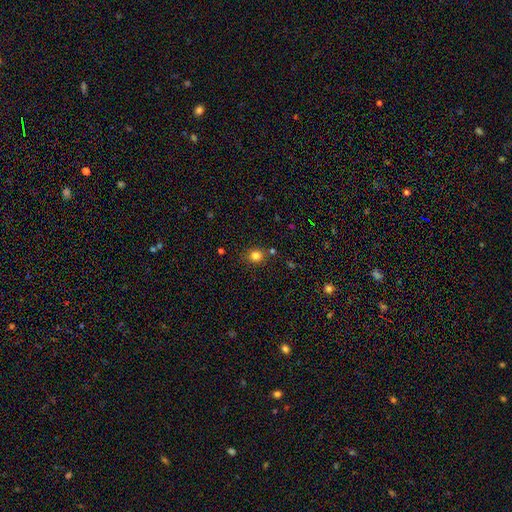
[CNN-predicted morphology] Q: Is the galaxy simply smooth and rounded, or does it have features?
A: smooth — 81%.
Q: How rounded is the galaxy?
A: round — 80%.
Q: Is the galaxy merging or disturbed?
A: none — 82%.